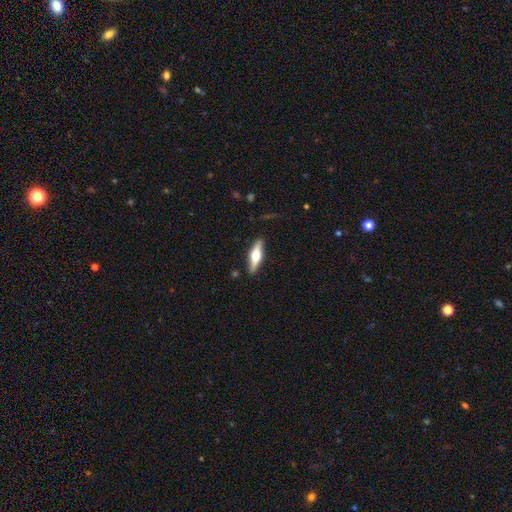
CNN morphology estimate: smooth-or-featured: featured or disk: 56% | smooth: 39% | star or artifact: 5%
  disk-edge-on: yes: 93% | no: 7%
    edge-on-bulge: rounded: 95% | boxy: 4% | none: 2%
  merging: none: 87% | minor disturbance: 10% | major disturbance: 2% | merger: 1%